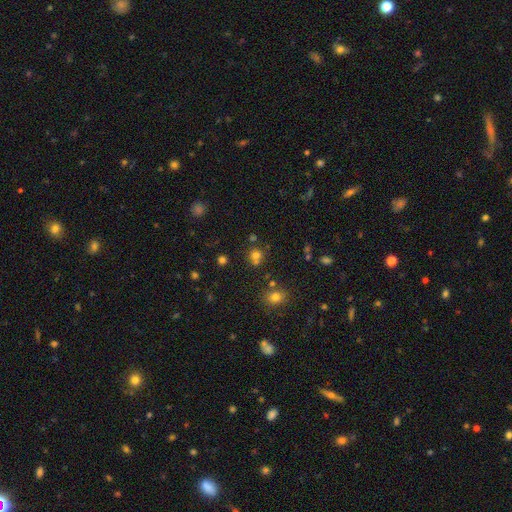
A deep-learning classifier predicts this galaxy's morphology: This is likely a smooth galaxy (71%). How rounded: clearly round (84%). Merging: possibly none (59%).